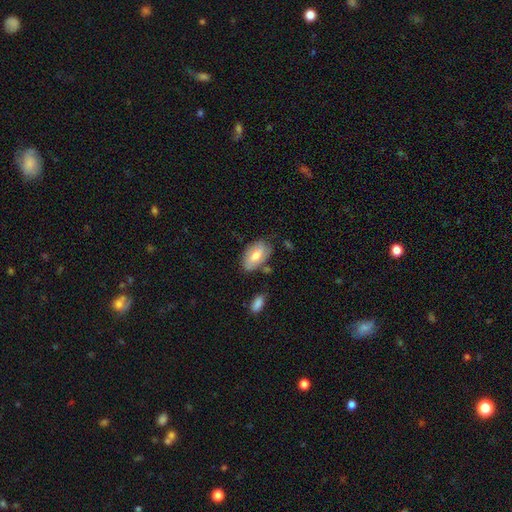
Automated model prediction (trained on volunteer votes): A smooth galaxy with no disk features (68%) that is in between round and cigar-shaped (93%). Merging: none (67%).